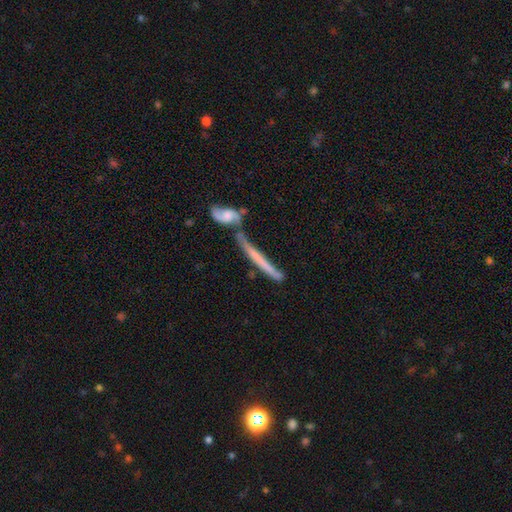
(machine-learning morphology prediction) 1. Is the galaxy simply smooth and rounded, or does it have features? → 48% featured or disk, 44% smooth, 8% star or artifact.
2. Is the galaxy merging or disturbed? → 44% merger, 35% none, 13% minor disturbance, 8% major disturbance.